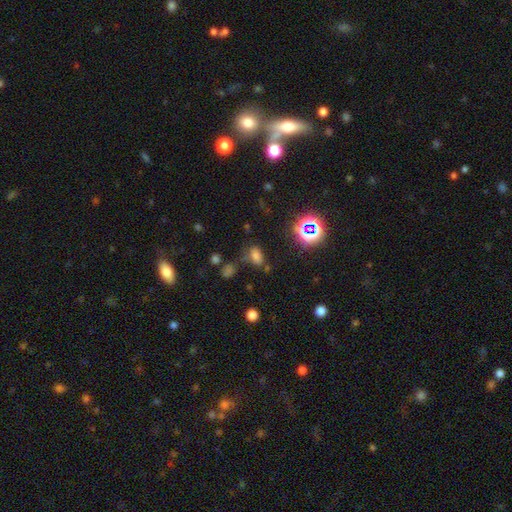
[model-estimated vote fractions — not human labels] Q: Smooth or featured?
A: smooth (65%); runner-up: star or artifact (27%)
Q: How rounded?
A: in between (85%); runner-up: round (12%)
Q: Merging?
A: none (63%); runner-up: minor disturbance (19%)